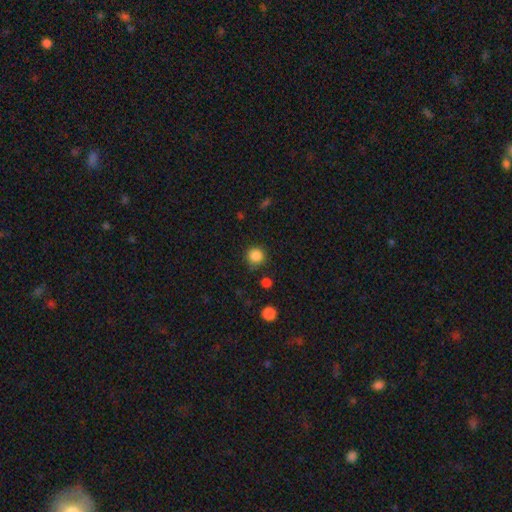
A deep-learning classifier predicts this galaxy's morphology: A smooth galaxy with no disk features (85%) that is round (95%). Merging: none (85%).